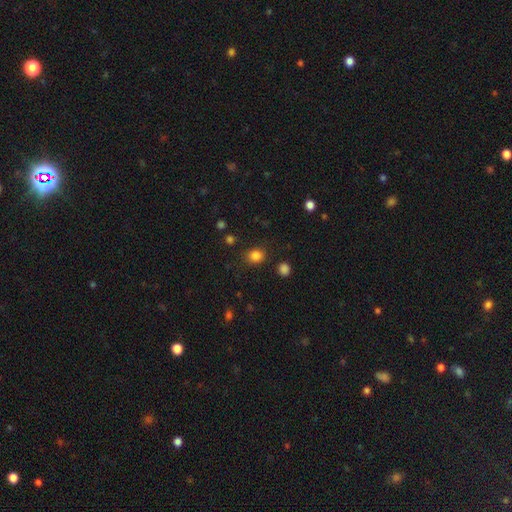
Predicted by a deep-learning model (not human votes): This appears to be a smooth galaxy with no disk features (84%) that is round (69%). Merging: none (84%).